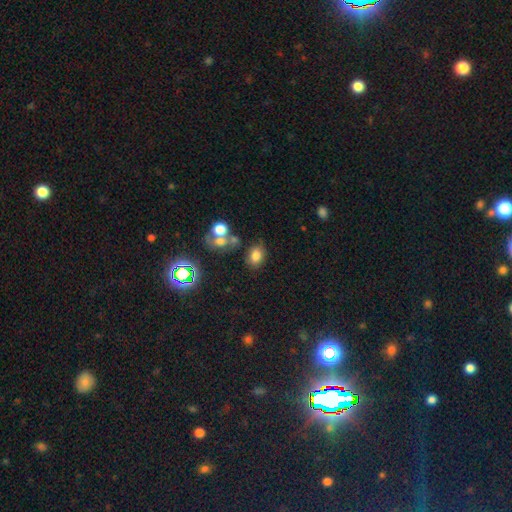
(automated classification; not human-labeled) Smooth or featured?
  - smooth: 75% *
  - star or artifact: 15%
  - featured or disk: 10%
How rounded?
  - in between: 73% *
  - round: 25%
  - cigar-shaped: 1%
Merging?
  - none: 69% *
  - minor disturbance: 15%
  - merger: 11%
  - major disturbance: 6%